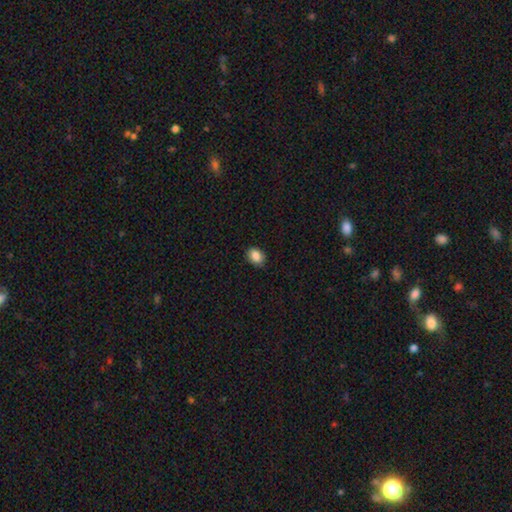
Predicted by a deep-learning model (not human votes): This appears to be a smooth galaxy with no disk features (87%) that is in between round and cigar-shaped (71%). Merging: none (86%).